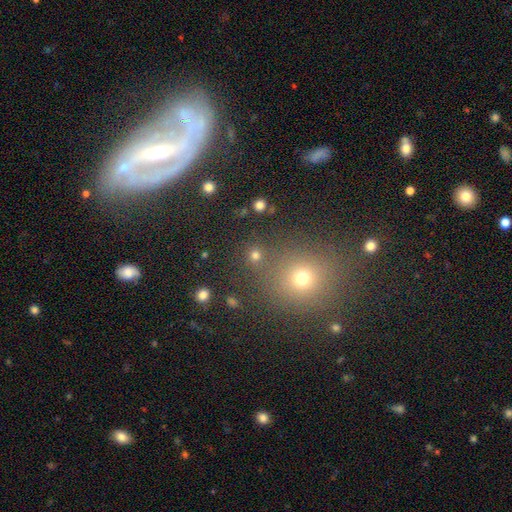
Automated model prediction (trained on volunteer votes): smooth-or-featured: smooth: 66% | star or artifact: 27% | featured or disk: 7%
  how-rounded: round: 89% | in between: 9% | cigar-shaped: 1%
  merging: none: 79% | merger: 10% | minor disturbance: 7% | major disturbance: 4%